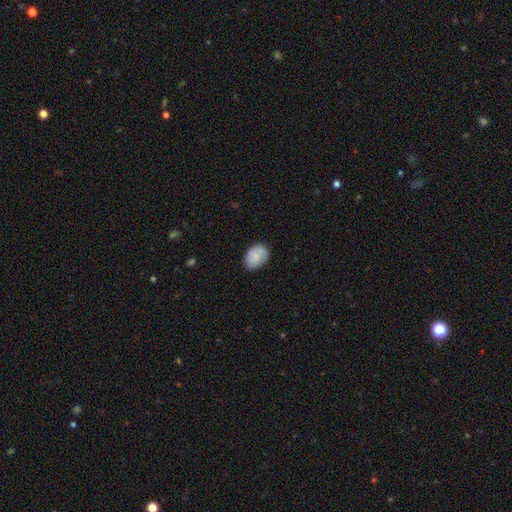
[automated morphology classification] Smooth or featured?
  - smooth: 80% *
  - featured or disk: 13%
  - star or artifact: 7%
How rounded?
  - in between: 77% *
  - round: 22%
  - cigar-shaped: 1%
Merging?
  - none: 75% *
  - minor disturbance: 19%
  - major disturbance: 4%
  - merger: 1%